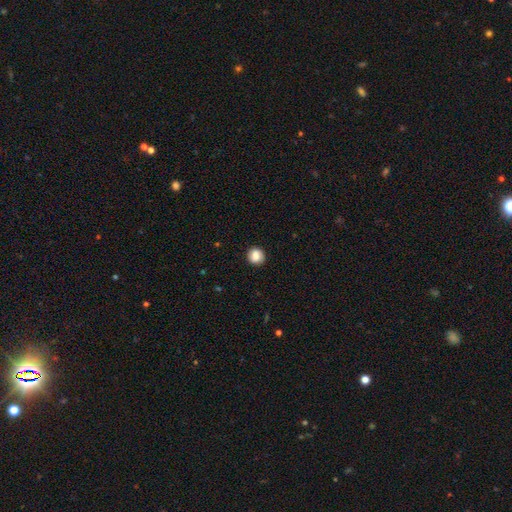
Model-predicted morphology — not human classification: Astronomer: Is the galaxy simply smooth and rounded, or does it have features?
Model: smooth — 82%.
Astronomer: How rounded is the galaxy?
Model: round — 85%.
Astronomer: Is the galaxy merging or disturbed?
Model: none — 89%.